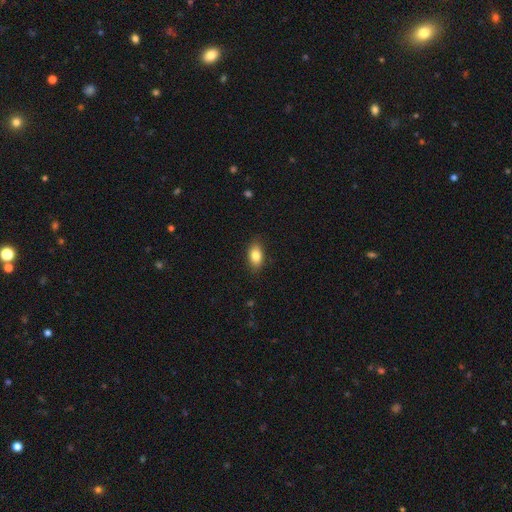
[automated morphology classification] smooth-or-featured: smooth: 82% | featured or disk: 10% | star or artifact: 8%
  how-rounded: in between: 88% | round: 8% | cigar-shaped: 4%
  merging: none: 86% | minor disturbance: 11% | major disturbance: 2% | merger: 1%